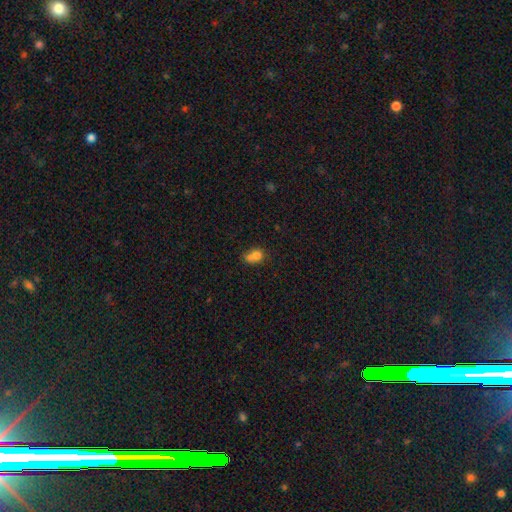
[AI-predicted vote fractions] A smooth galaxy with no disk features (74%) that is round (56%). Merging: merger (46%).